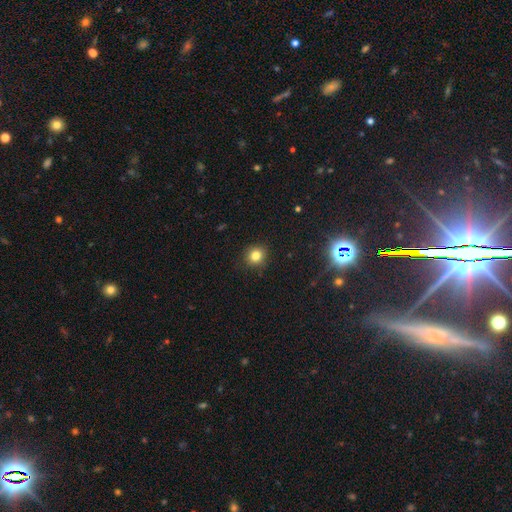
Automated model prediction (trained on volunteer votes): Smooth or featured: smooth — 80% (star or artifact — 14%)
How rounded: round — 85% (in between — 14%)
Merging: none — 90% (minor disturbance — 7%)